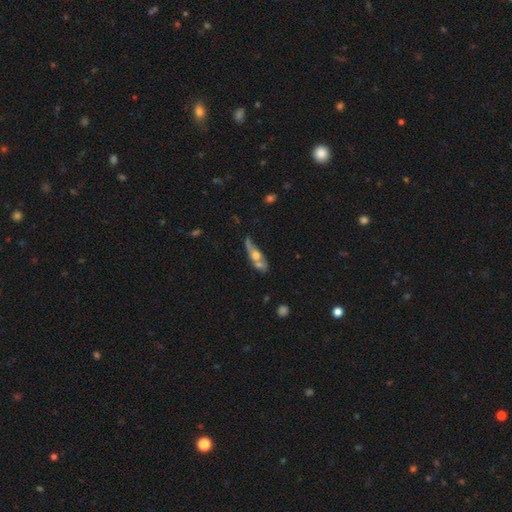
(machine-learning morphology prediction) featured or disk 51%, smooth 42%, star or artifact 7%. Down the decision tree: edge-on disk — no (54%); merging — merger (40%).